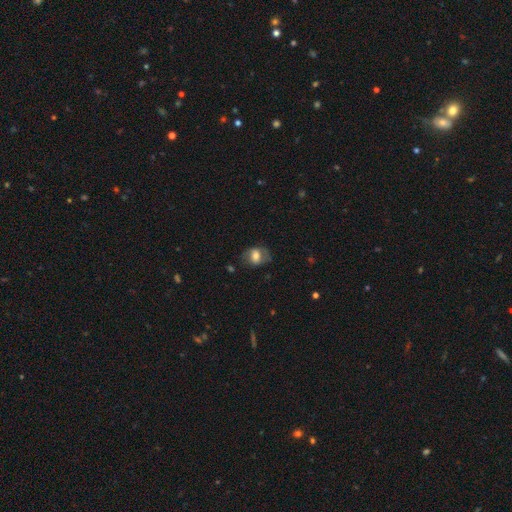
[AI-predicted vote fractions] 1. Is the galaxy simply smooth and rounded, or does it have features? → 61% smooth, 31% featured or disk, 8% star or artifact.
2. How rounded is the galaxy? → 65% in between, 34% round, 1% cigar-shaped.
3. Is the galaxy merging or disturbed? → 60% none, 23% minor disturbance, 15% major disturbance, 2% merger.